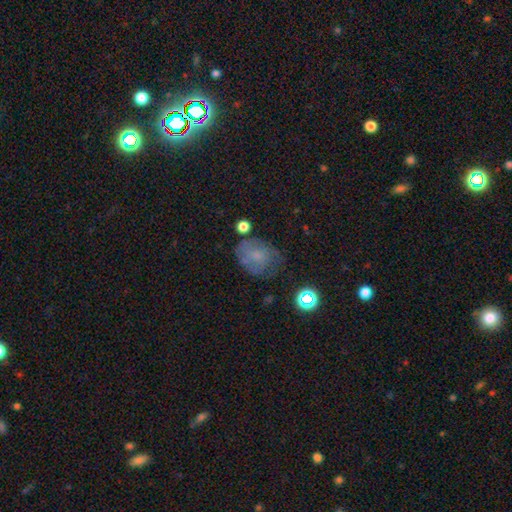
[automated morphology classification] Smooth or featured?
  - smooth: 54% *
  - featured or disk: 31%
  - star or artifact: 15%
How rounded?
  - in between: 50% *
  - round: 49%
  - cigar-shaped: 1%
Merging?
  - none: 50% *
  - minor disturbance: 28%
  - major disturbance: 18%
  - merger: 5%